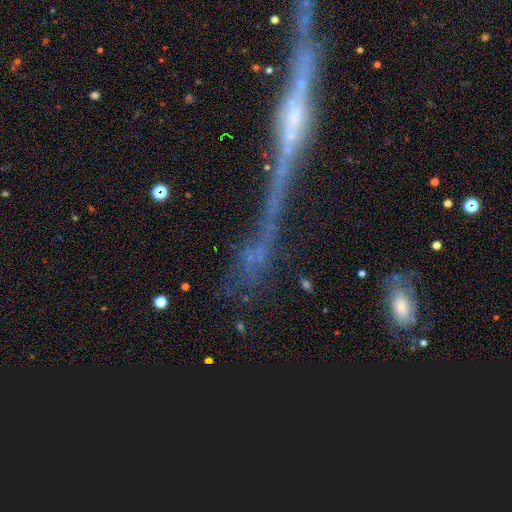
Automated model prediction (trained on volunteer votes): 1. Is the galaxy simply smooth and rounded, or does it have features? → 50% featured or disk, 29% star or artifact, 21% smooth.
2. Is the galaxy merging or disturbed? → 48% none, 22% major disturbance, 17% minor disturbance, 14% merger.